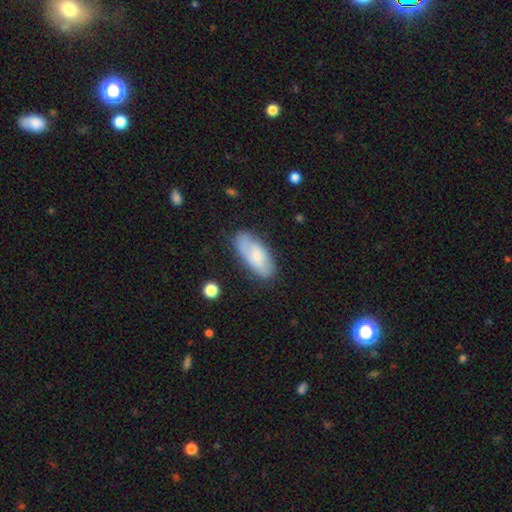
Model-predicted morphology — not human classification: This is likely a smooth galaxy (67%). How rounded: clearly in between (84%). Merging: likely none (73%).